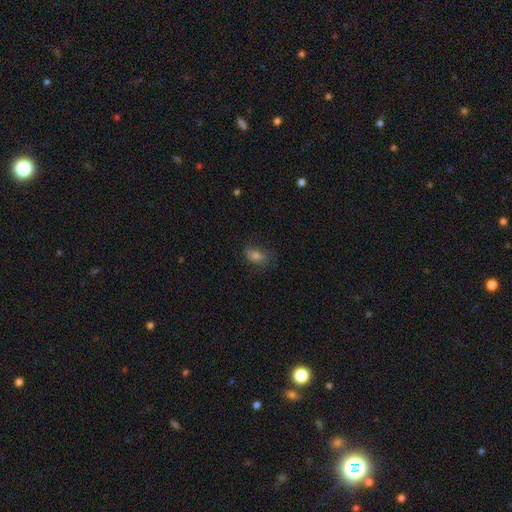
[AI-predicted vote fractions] This appears to be a smooth galaxy with no disk features (60%) that is in between round and cigar-shaped (81%). Merging: none (66%).